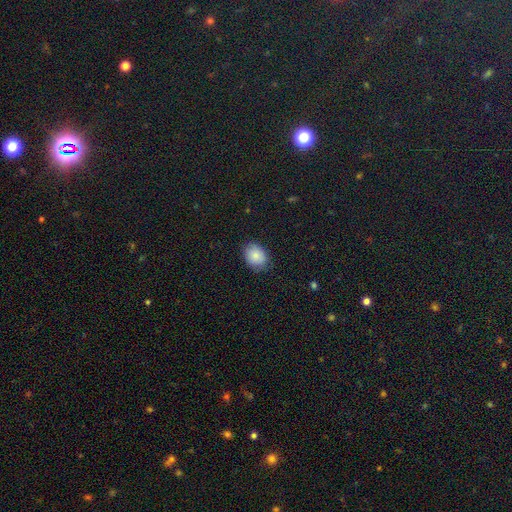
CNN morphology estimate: smooth 85%, star or artifact 8%, featured or disk 7%. Down the decision tree: how rounded — in between (59%); merging — none (80%).